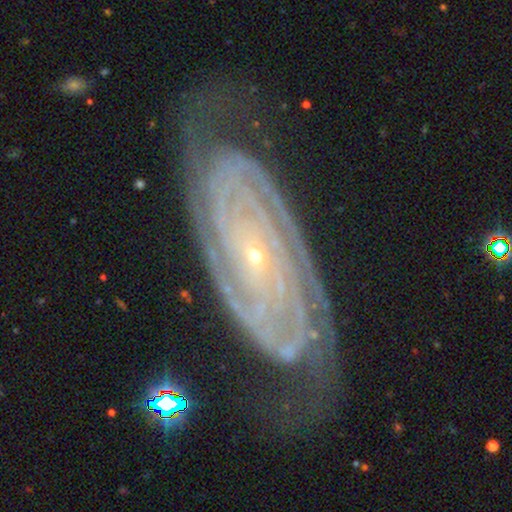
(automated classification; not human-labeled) Smooth or featured? Predicted: featured or disk (p=0.89). Edge-on disk? Predicted: no (p=0.94). Bar? Predicted: no (p=0.75). Spiral arms? Predicted: yes (p=0.98). Spiral winding? Predicted: tight (p=0.77). Spiral arm count? Predicted: 2 (p=0.44). Bulge size? Predicted: small (p=0.86). Merging? Predicted: none (p=0.68).